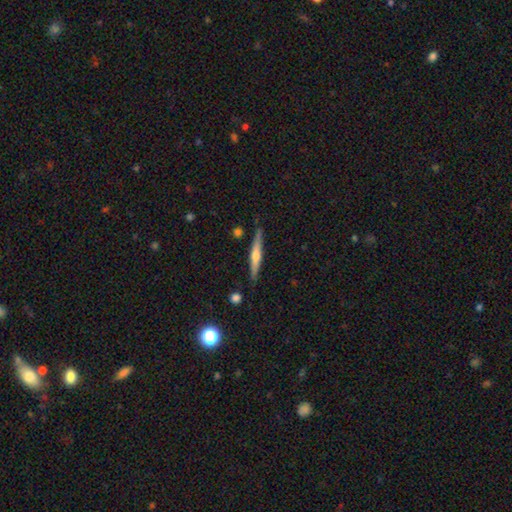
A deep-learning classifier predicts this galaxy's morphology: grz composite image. It shows a featured or disk galaxy (58%) viewed edge-on (96%) with a rounded central bulge (78%). Merging: none (85%).